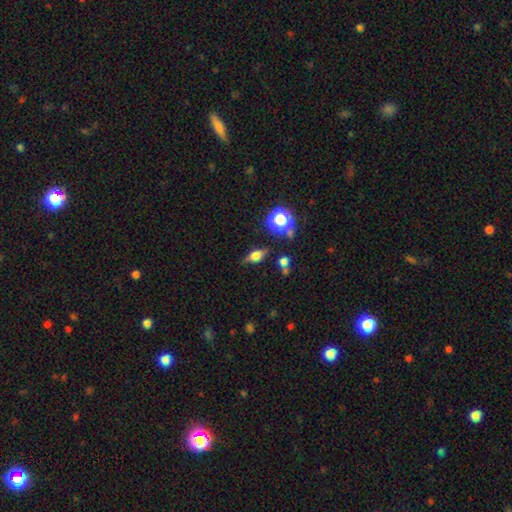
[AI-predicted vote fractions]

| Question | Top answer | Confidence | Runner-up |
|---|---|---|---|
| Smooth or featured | smooth | 53% | featured or disk (33%) |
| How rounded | in between | 62% | round (22%) |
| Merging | none | 75% | minor disturbance (16%) |